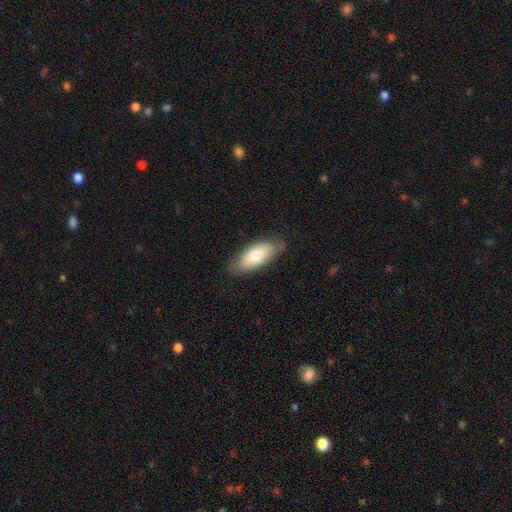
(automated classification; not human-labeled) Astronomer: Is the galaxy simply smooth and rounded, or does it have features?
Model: smooth — 72%.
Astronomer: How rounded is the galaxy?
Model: in between — 82%.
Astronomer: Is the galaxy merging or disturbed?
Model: none — 77%.